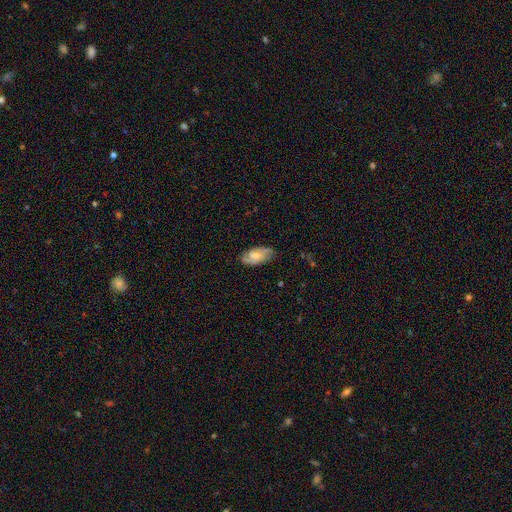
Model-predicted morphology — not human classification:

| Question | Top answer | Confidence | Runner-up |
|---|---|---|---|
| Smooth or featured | smooth | 47% | featured or disk (46%) |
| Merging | none | 73% | minor disturbance (21%) |